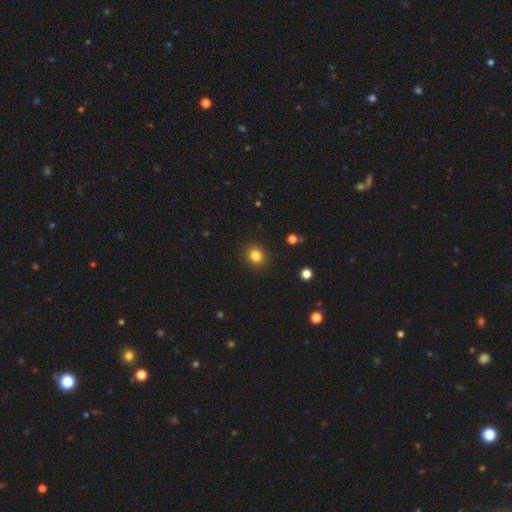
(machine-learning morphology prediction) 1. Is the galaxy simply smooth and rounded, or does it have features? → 83% smooth, 12% star or artifact, 5% featured or disk.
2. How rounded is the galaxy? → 85% round, 14% in between, 1% cigar-shaped.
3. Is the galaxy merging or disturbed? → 91% none, 6% minor disturbance, 2% major disturbance, 1% merger.